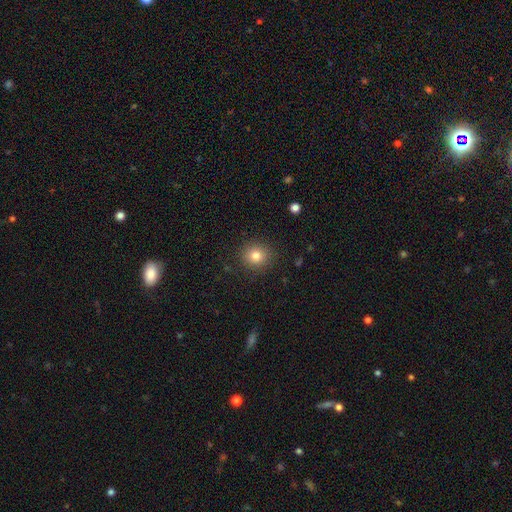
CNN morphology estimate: Smooth or featured? smooth (80%)
How rounded? round (89%)
Merging? none (90%)